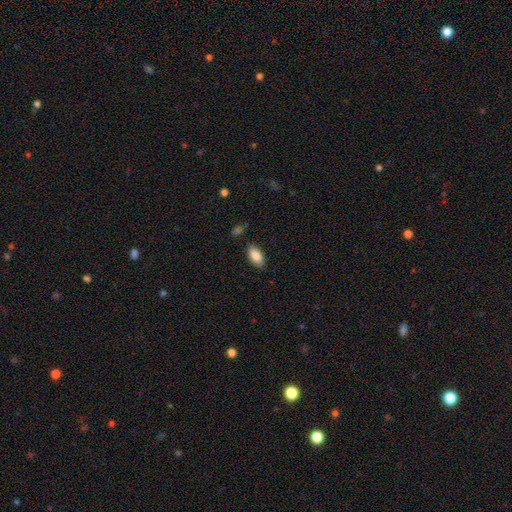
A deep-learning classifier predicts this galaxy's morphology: Smooth or featured? smooth (87%)
How rounded? in between (92%)
Merging? none (85%)